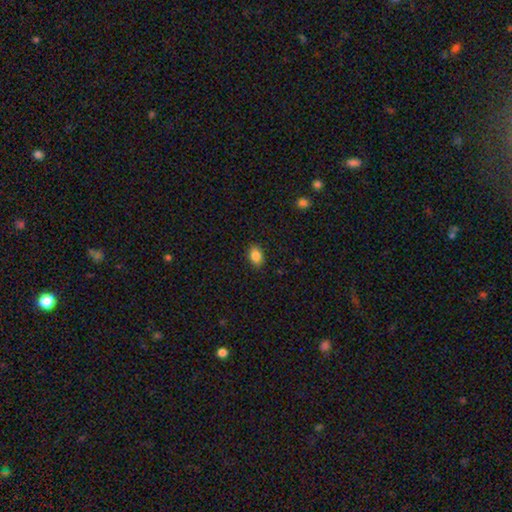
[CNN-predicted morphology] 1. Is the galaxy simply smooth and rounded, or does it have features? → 85% smooth, 9% star or artifact, 6% featured or disk.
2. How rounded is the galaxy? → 75% in between, 24% round, 1% cigar-shaped.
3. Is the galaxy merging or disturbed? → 88% none, 9% minor disturbance, 2% major disturbance, 1% merger.